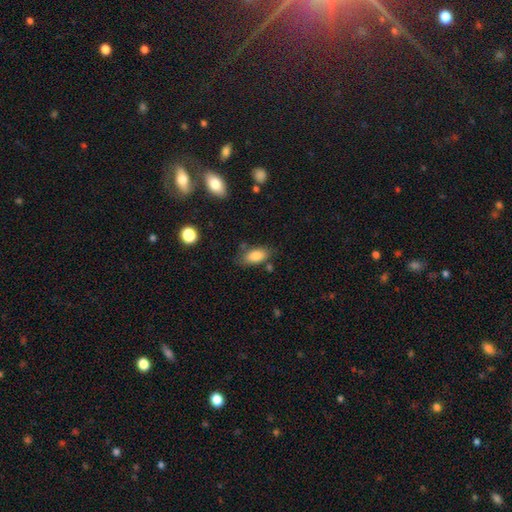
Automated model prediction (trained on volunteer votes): Morphology: type=smooth (84%); roundness=in between (89%); merging=none (71%).